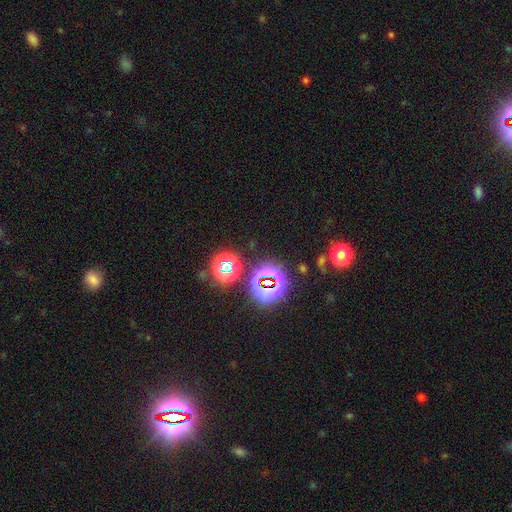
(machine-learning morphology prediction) This appears to be a star or artifact, not a galaxy (80%).